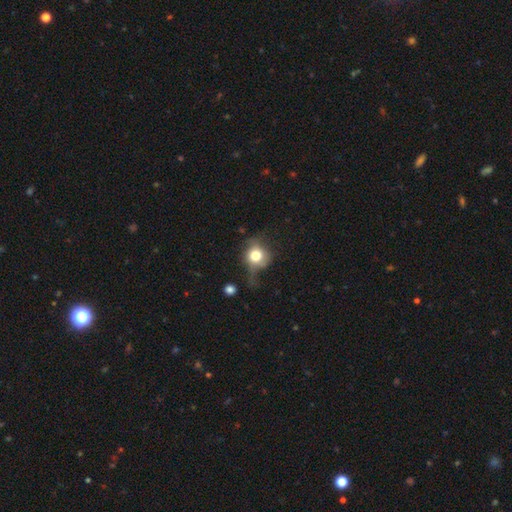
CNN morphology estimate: This appears to be a smooth galaxy with no disk features (72%) that is round (81%). Merging: none (47%).